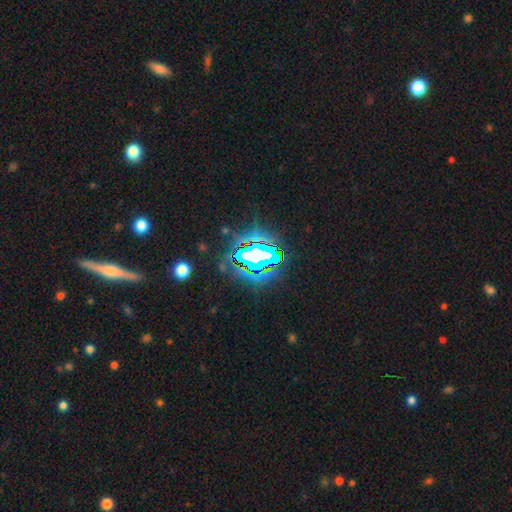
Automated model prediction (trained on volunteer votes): Smooth or featured? star or artifact (70%)